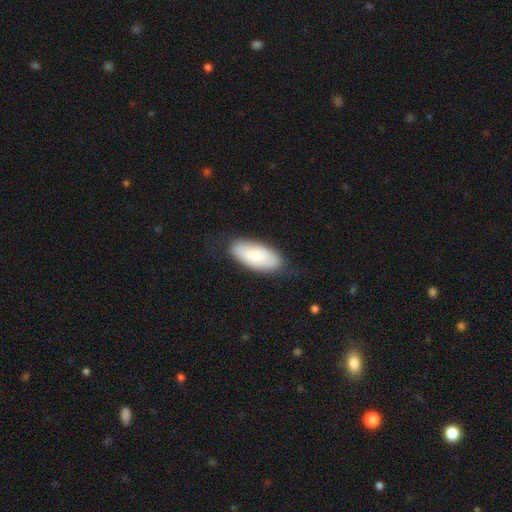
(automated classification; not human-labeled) smooth 63%, featured or disk 31%, star or artifact 6%. Down the decision tree: how rounded — in between (90%); merging — none (73%).